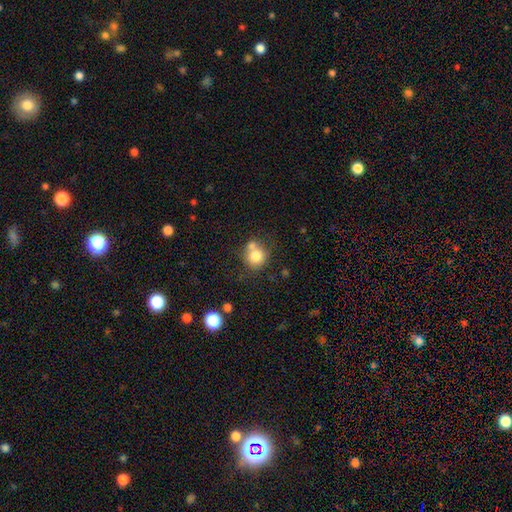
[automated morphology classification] The model was most divided on "merging": none: 50%, merger: 33%, minor disturbance: 12%, major disturbance: 4%. More confident: how rounded — round (85%); smooth or featured — smooth (77%).